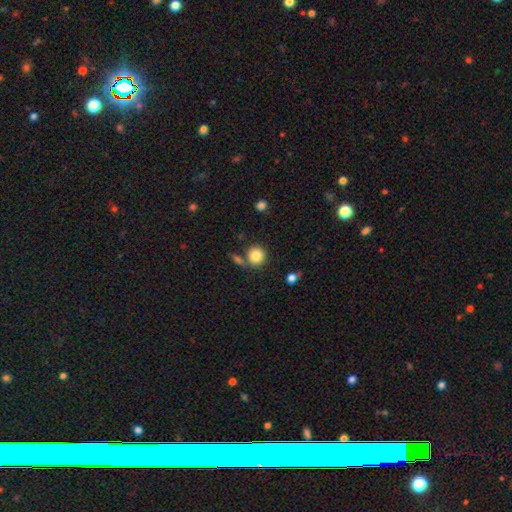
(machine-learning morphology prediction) Smooth or featured?
  - smooth: 83% *
  - star or artifact: 9%
  - featured or disk: 7%
How rounded?
  - round: 90% *
  - in between: 9%
  - cigar-shaped: 1%
Merging?
  - none: 73% *
  - merger: 14%
  - minor disturbance: 10%
  - major disturbance: 3%